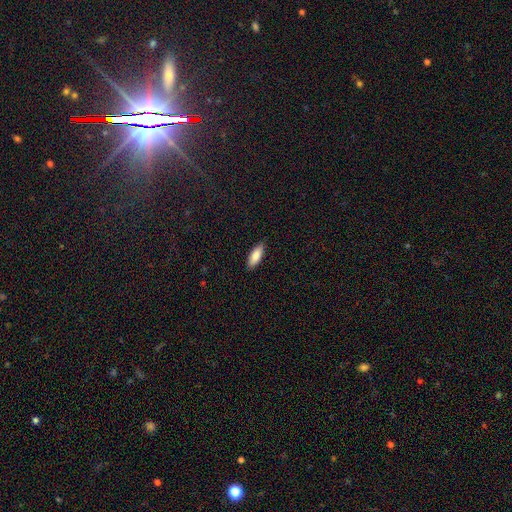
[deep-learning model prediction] smooth 85%, featured or disk 9%, star or artifact 6%. Down the decision tree: how rounded — in between (71%); merging — none (87%).